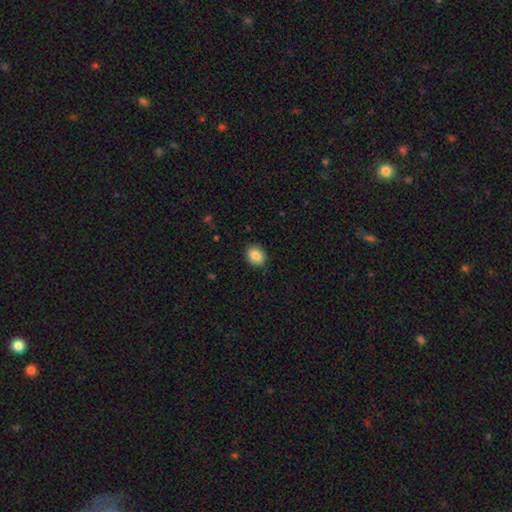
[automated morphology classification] The model was most divided on "how rounded": round: 51%, in between: 48%, cigar-shaped: 1%. More confident: merging — none (89%); smooth or featured — smooth (87%).